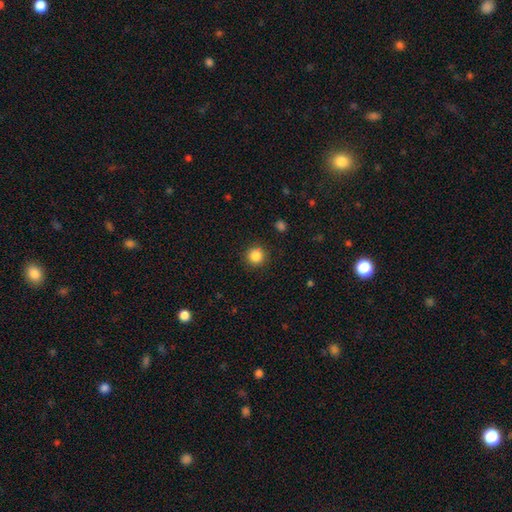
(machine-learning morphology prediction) Smooth or featured?
  - smooth: 85% *
  - star or artifact: 11%
  - featured or disk: 4%
How rounded?
  - round: 93% *
  - in between: 6%
  - cigar-shaped: 1%
Merging?
  - none: 89% *
  - minor disturbance: 7%
  - major disturbance: 3%
  - merger: 2%